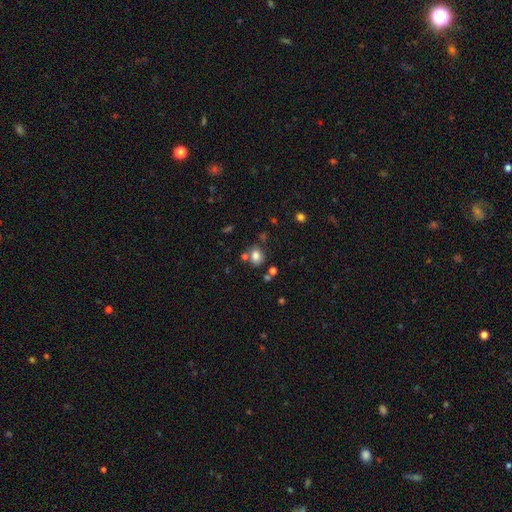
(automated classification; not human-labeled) Q: Smooth or featured?
A: smooth (80%); runner-up: star or artifact (12%)
Q: How rounded?
A: round (52%); runner-up: in between (47%)
Q: Merging?
A: none (67%); runner-up: merger (15%)